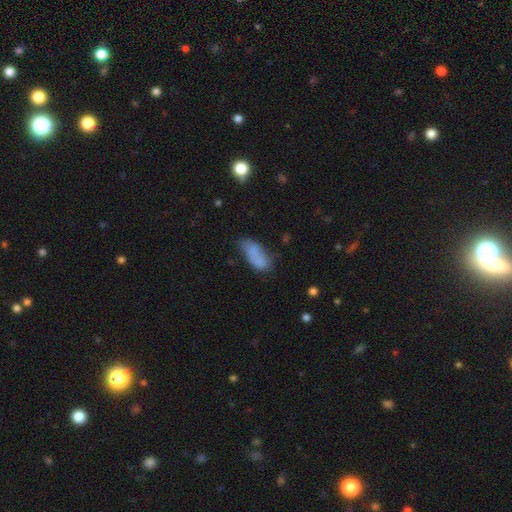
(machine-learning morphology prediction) type=smooth (77%); roundness=in between (80%); merging=none (45%).